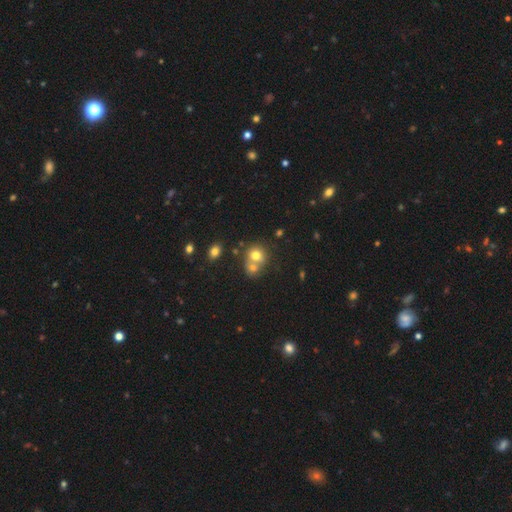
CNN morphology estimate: Overall: smooth (72%). How rounded: round (73%). Merging: merger (54%; none 35%).